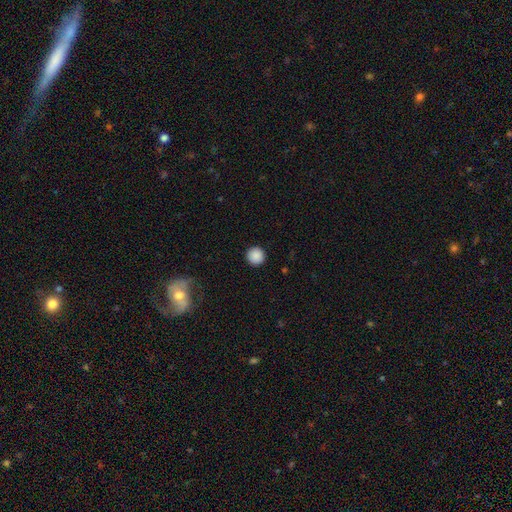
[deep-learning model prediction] This is clearly a smooth galaxy (88%). How rounded: clearly round (96%). Merging: clearly none (93%).